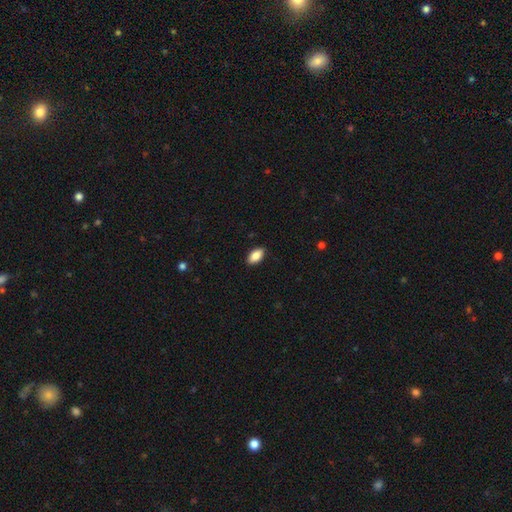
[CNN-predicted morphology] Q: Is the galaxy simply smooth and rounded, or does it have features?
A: smooth — 87%.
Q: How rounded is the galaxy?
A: in between — 92%.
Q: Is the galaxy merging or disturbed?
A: none — 89%.